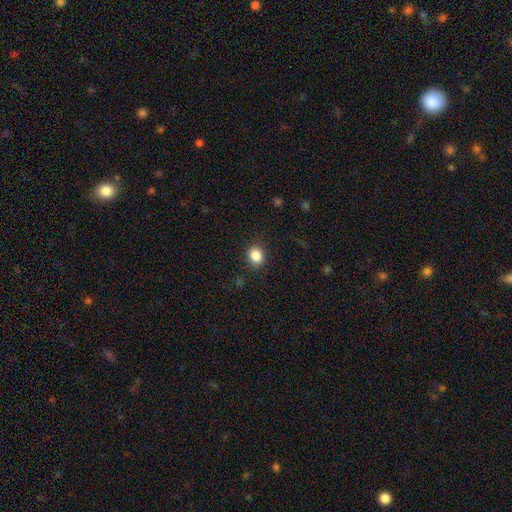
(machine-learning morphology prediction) A smooth galaxy with no disk features (86%) that is round (66%). Merging: none (86%).